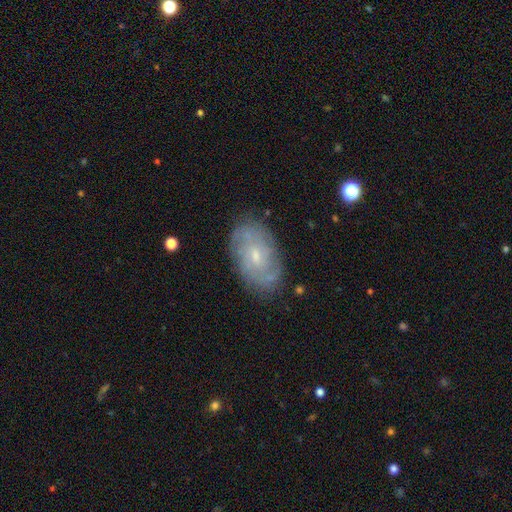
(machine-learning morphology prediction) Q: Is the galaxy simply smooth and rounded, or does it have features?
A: featured or disk — 72%.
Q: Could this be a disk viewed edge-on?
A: no — 96%.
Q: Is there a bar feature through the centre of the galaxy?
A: no — 59%.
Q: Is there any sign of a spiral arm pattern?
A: yes — 87%.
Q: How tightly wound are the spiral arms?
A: tight — 59%.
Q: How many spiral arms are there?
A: can't tell — 47%.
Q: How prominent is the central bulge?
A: small — 68%.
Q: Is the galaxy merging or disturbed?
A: none — 79%.